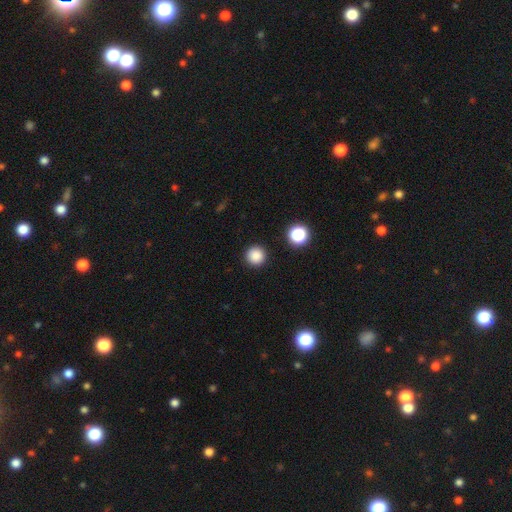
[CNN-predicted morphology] smooth-or-featured: smooth: 85% | star or artifact: 12% | featured or disk: 4%
  how-rounded: round: 96% | in between: 3% | cigar-shaped: 1%
  merging: none: 91% | minor disturbance: 5% | major disturbance: 2% | merger: 2%